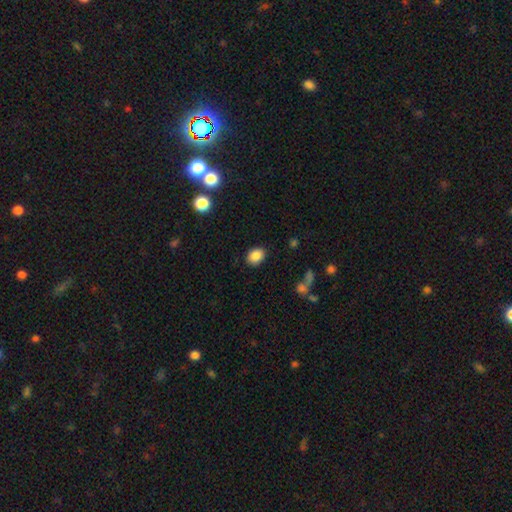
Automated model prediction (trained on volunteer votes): A smooth galaxy with no disk features (87%) that is in between round and cigar-shaped (65%). Merging: none (86%).